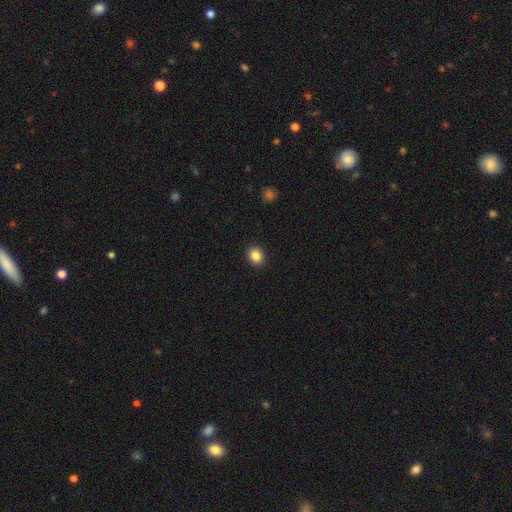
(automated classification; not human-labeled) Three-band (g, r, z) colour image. It shows a smooth galaxy with no disk features (86%) that is round (69%). Merging: none (91%).